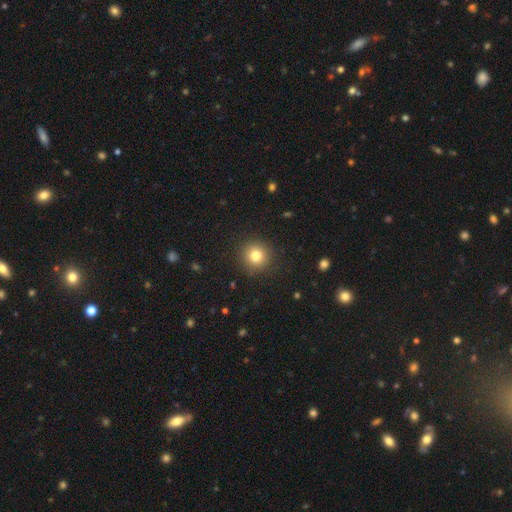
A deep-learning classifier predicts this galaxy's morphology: Q: Smooth or featured?
A: smooth (80%); runner-up: star or artifact (12%)
Q: How rounded?
A: round (94%); runner-up: in between (5%)
Q: Merging?
A: none (91%); runner-up: minor disturbance (6%)